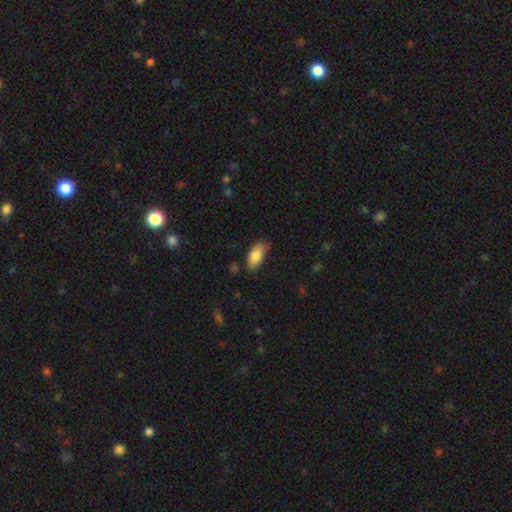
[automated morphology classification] This appears to be a smooth galaxy with no disk features (83%) that is in between round and cigar-shaped (89%). Merging: none (63%).